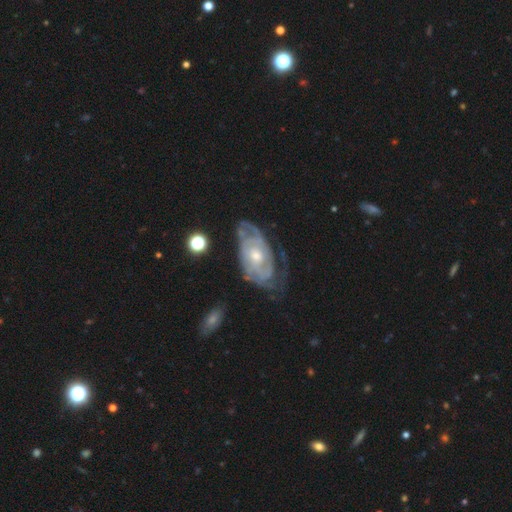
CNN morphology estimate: This is clearly a featured or disk galaxy (84%). It is clearly not viewed edge-on (95%). Bar: likely no (72%). Spiral arm pattern: clearly yes (90%). Spiral arm count: possibly can't tell (46%). Spiral winding: likely tight (68%). Central bulge: possibly moderate (55%). Merging: possibly none (58%).